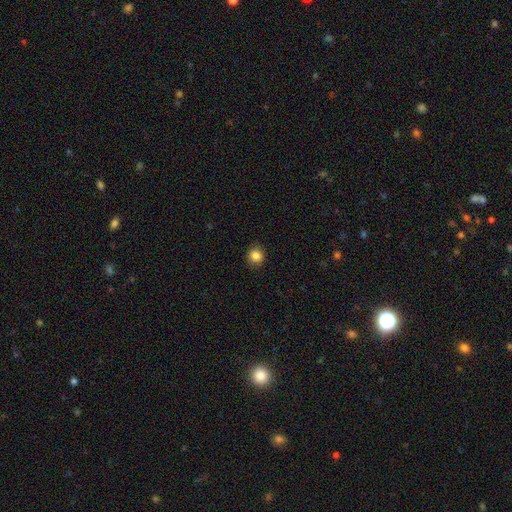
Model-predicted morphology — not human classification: Q: Smooth or featured?
A: smooth (85%); runner-up: star or artifact (11%)
Q: How rounded?
A: round (84%); runner-up: in between (15%)
Q: Merging?
A: none (89%); runner-up: minor disturbance (8%)